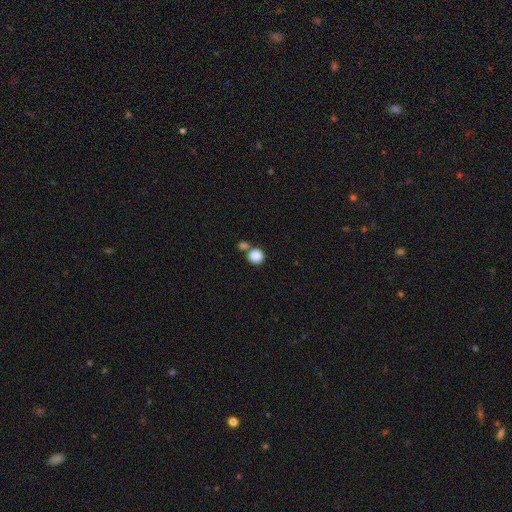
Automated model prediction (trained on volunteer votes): Smooth or featured?
  - smooth: 86% *
  - star or artifact: 9%
  - featured or disk: 5%
How rounded?
  - round: 91% *
  - in between: 8%
  - cigar-shaped: 1%
Merging?
  - none: 62% *
  - merger: 26%
  - minor disturbance: 8%
  - major disturbance: 3%